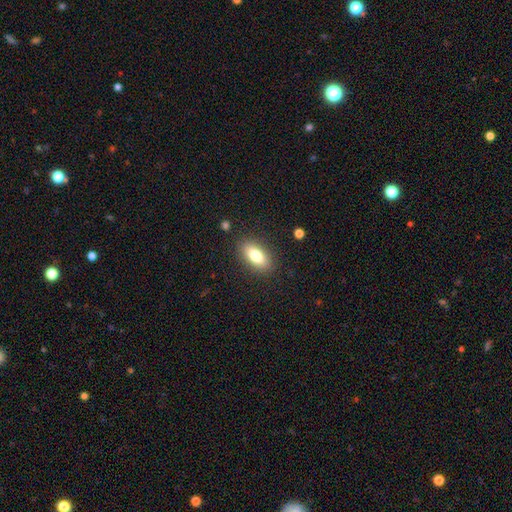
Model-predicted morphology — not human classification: This is likely a smooth galaxy (78%). How rounded: clearly in between (88%). Merging: clearly none (87%).